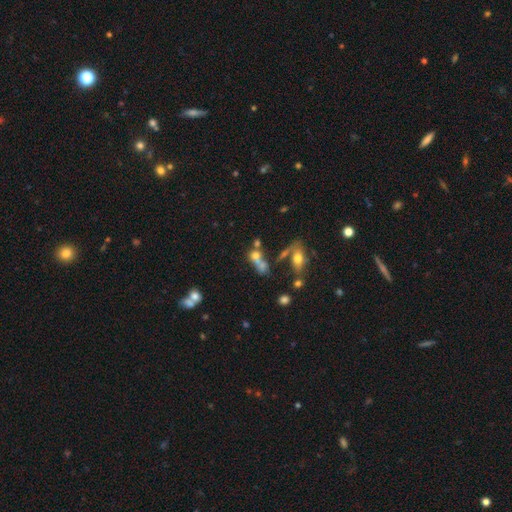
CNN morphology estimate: Smooth or featured: smooth — 59% (featured or disk — 24%)
How rounded: in between — 46% (round — 45%)
Merging: merger — 55% (none — 25%)